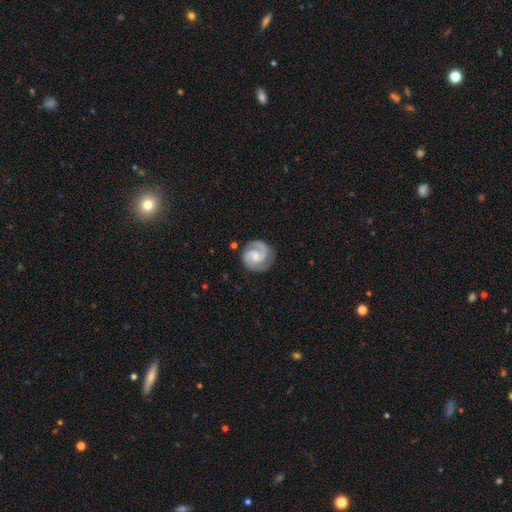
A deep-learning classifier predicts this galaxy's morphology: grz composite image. It shows a featured or disk galaxy (87%) with no bar (47%), 2 (88%) tight (47%) spiral arms (98%) and a small central bulge (43%). Merging: none (82%).